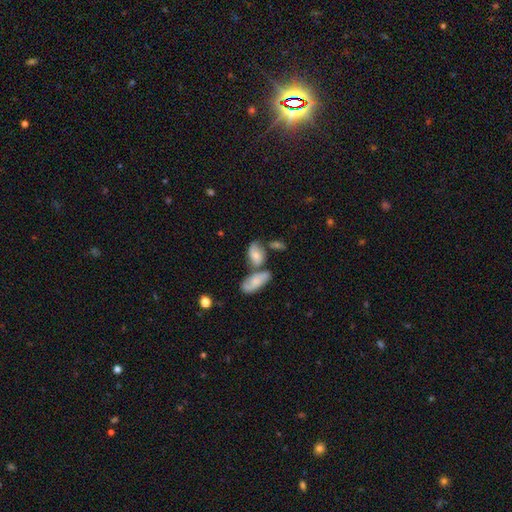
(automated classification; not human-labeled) Smooth or featured? Predicted: smooth (p=0.52). How rounded? Predicted: in between (p=0.81). Merging? Predicted: none (p=0.42).